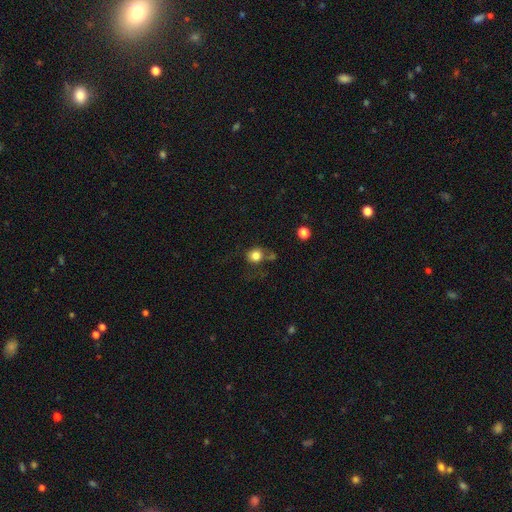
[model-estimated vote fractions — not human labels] smooth_or_featured: smooth (p=0.81) [alt: star or artifact p=0.11]
how_rounded: round (p=0.82) [alt: in between p=0.17]
merging: none (p=0.57) [alt: minor disturbance p=0.20]